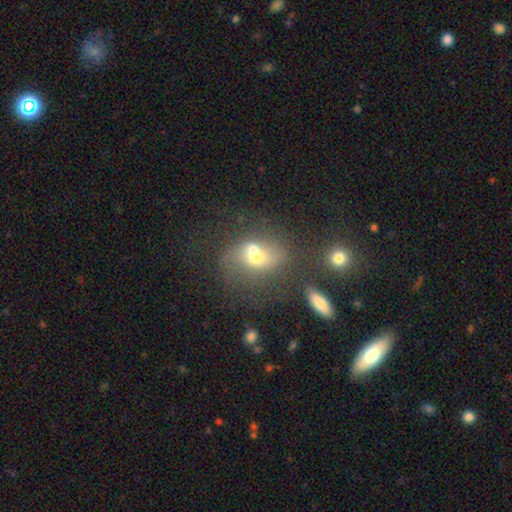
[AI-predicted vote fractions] A smooth galaxy with no disk features (55%) that is in between round and cigar-shaped (51%). Merging: merger (56%).